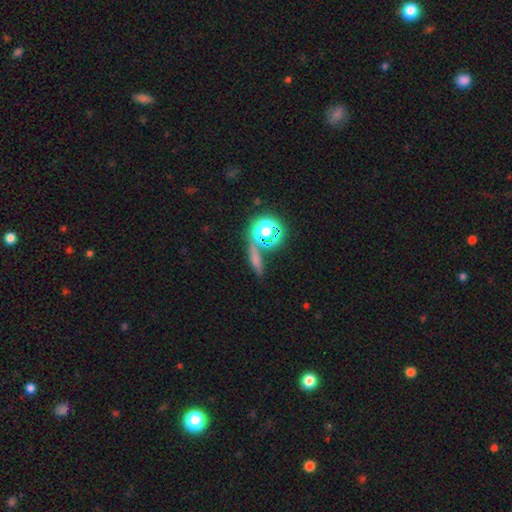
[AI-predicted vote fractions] smooth-or-featured: smooth: 50% | star or artifact: 33% | featured or disk: 17%
  merging: none: 67% | merger: 14% | minor disturbance: 12% | major disturbance: 7%